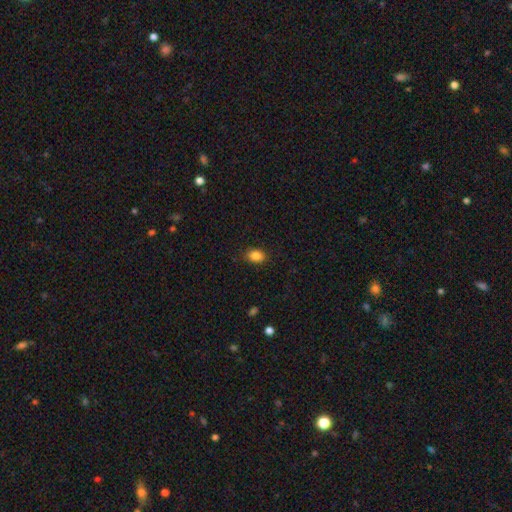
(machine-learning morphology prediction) Smooth or featured? Predicted: smooth (p=0.86). How rounded? Predicted: in between (p=0.79). Merging? Predicted: none (p=0.88).